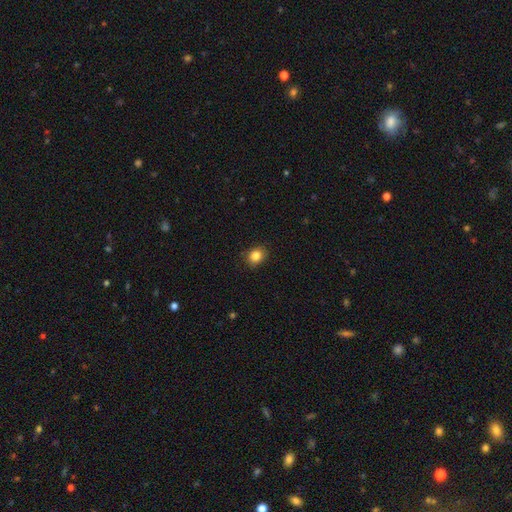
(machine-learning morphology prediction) Smooth or featured?
  - smooth: 84% *
  - star or artifact: 10%
  - featured or disk: 5%
How rounded?
  - round: 68% *
  - in between: 31%
  - cigar-shaped: 1%
Merging?
  - none: 88% *
  - minor disturbance: 9%
  - major disturbance: 2%
  - merger: 1%